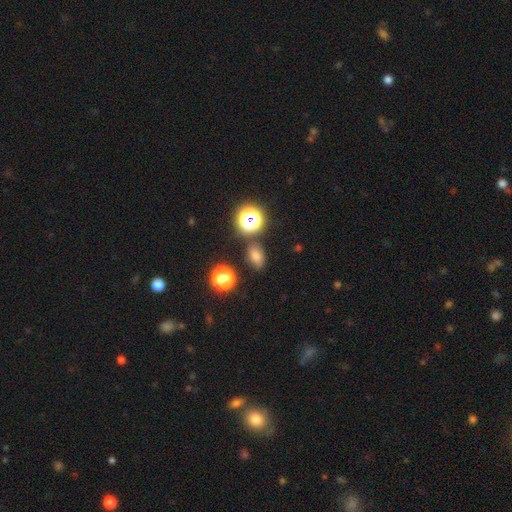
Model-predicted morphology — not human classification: This appears to be a smooth galaxy with no disk features (69%) that is in between round and cigar-shaped (74%). Merging: none (79%).